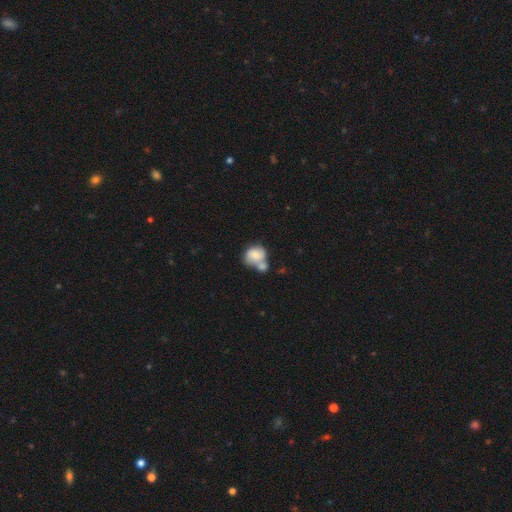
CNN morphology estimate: A smooth galaxy with no disk features (70%) that is round (62%). Merging: merger (60%).